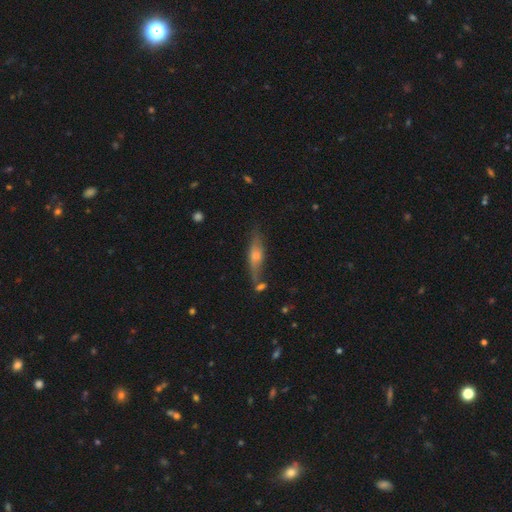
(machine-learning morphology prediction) Smooth or featured?
  - featured or disk: 58% *
  - smooth: 33%
  - star or artifact: 9%
Edge-on disk?
  - yes: 87% *
  - no: 13%
Edge-on bulge?
  - rounded: 86% *
  - boxy: 9%
  - none: 6%
Merging?
  - none: 70% *
  - minor disturbance: 17%
  - merger: 8%
  - major disturbance: 5%